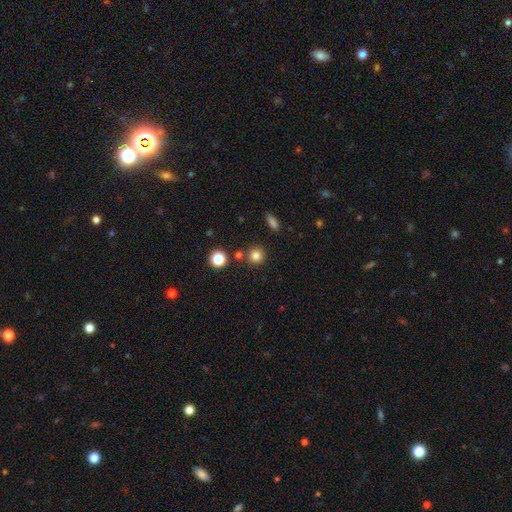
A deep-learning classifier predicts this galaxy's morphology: A smooth galaxy with no disk features (81%) that is round (93%). Merging: none (84%).